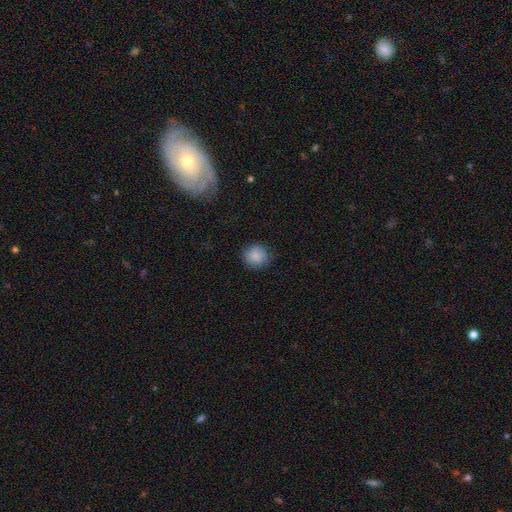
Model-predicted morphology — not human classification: A smooth galaxy with no disk features (87%) that is round (88%). Merging: none (83%).